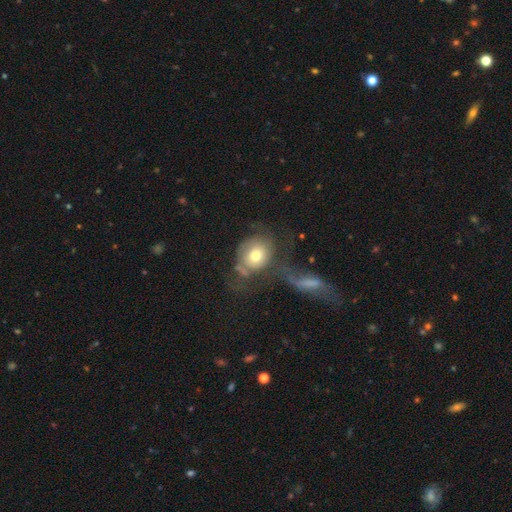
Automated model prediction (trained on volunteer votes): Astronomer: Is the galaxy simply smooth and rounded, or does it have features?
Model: smooth — 57% (runner-up: featured or disk, 34%).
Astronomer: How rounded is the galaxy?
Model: round — 60% (runner-up: in between, 39%).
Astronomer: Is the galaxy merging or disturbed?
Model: merger — 34% (runner-up: major disturbance, 27%).